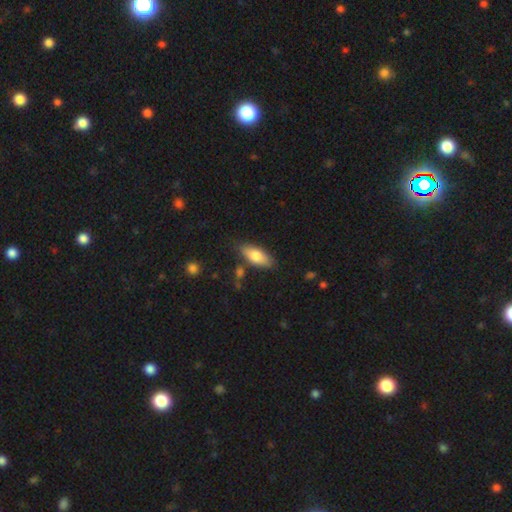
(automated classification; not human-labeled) smooth_or_featured: smooth (p=0.75) [alt: featured or disk p=0.19]
how_rounded: in between (p=0.78) [alt: cigar-shaped p=0.20]
merging: none (p=0.80) [alt: minor disturbance p=0.13]